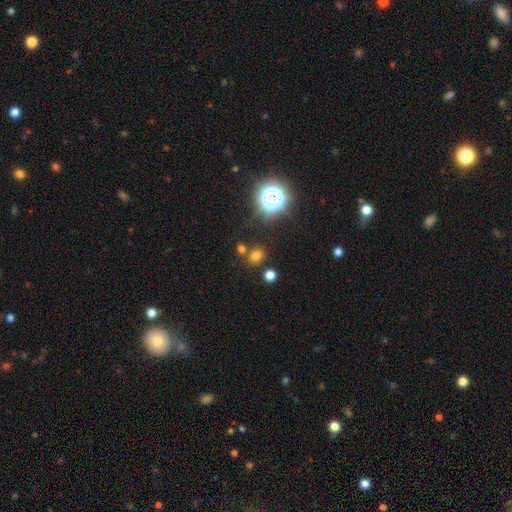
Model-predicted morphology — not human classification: Q: Smooth or featured?
A: smooth (67%); runner-up: star or artifact (25%)
Q: How rounded?
A: round (68%); runner-up: in between (31%)
Q: Merging?
A: none (76%); runner-up: merger (11%)